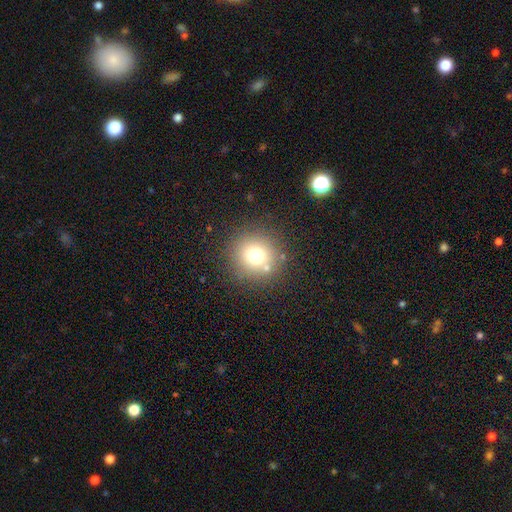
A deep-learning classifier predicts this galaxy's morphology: A smooth galaxy with no disk features (71%) that is round (93%).

Vote fractions:
- Smooth or featured? smooth: 71% / star or artifact: 17% / featured or disk: 11%
- How rounded? round: 93% / in between: 6% / cigar-shaped: 1%
- Merging? none: 83% / minor disturbance: 8% / merger: 5% / major disturbance: 4%